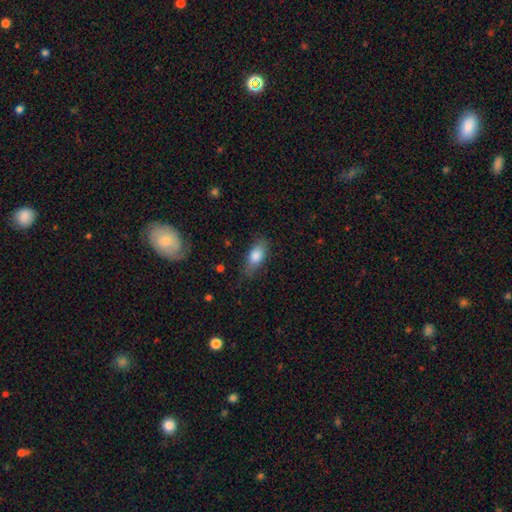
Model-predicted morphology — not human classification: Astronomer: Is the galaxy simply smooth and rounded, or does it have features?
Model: smooth — 79%.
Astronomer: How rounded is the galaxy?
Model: in between — 82%.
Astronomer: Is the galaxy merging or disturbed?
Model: none — 72%.